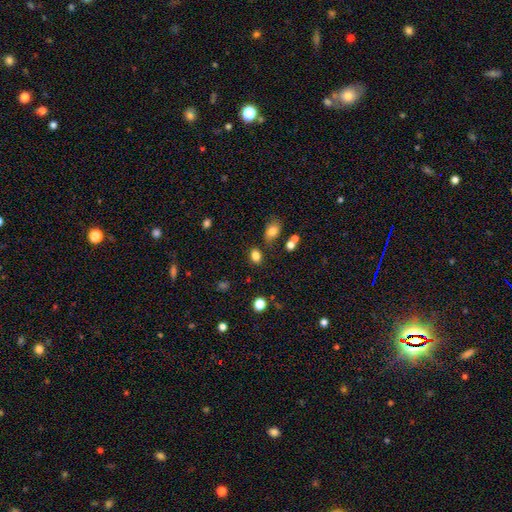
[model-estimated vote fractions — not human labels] smooth 83%, star or artifact 12%, featured or disk 6%. Down the decision tree: how rounded — in between (69%); merging — none (75%).